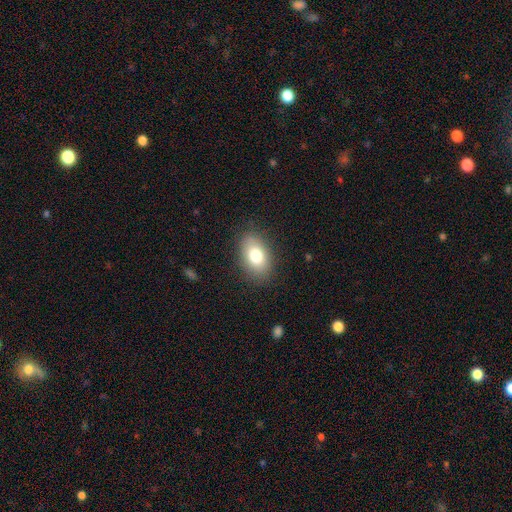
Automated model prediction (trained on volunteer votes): smooth-or-featured: smooth: 78% | featured or disk: 13% | star or artifact: 9%
  how-rounded: in between: 87% | round: 11% | cigar-shaped: 2%
  merging: none: 84% | minor disturbance: 11% | major disturbance: 3% | merger: 1%